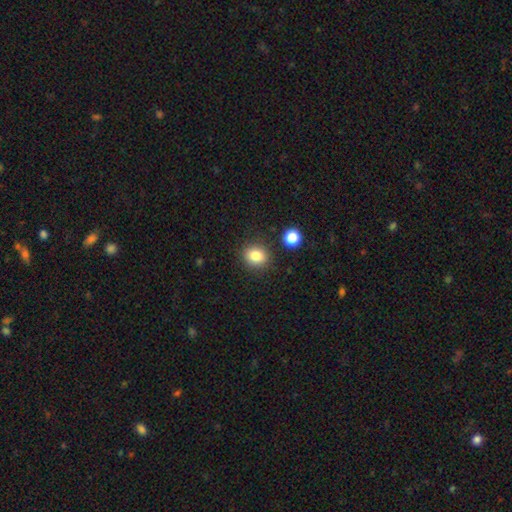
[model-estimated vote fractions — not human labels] This is clearly a smooth galaxy (83%). How rounded: likely round (69%). Merging: clearly none (85%).